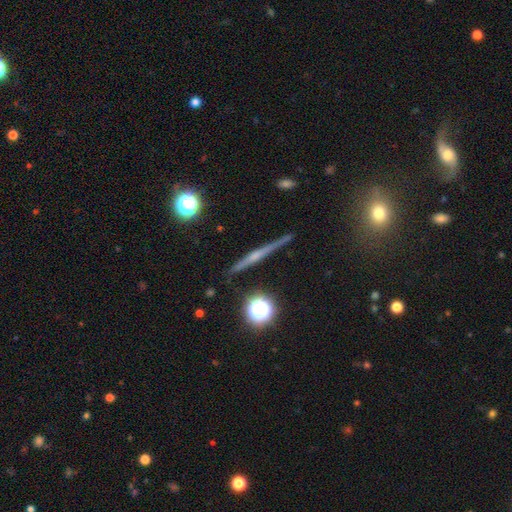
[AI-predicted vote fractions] Overall: featured or disk (67%). Edge-on disk: yes (97%). Edge-on bulge: rounded (58%; none 30%). Merging: none (89%).